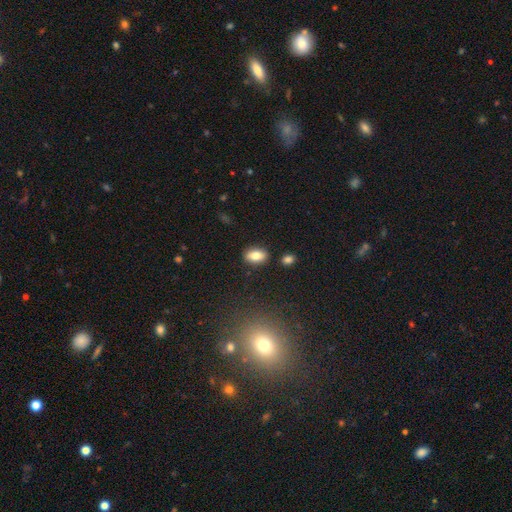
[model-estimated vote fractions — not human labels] A smooth galaxy with no disk features (81%) that is in between round and cigar-shaped (85%). Merging: none (86%).